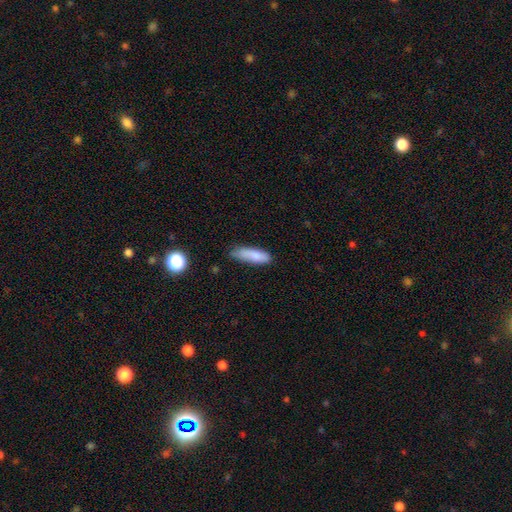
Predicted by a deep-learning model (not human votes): The model was most divided on "how rounded": cigar-shaped: 53%, in between: 46%, round: 2%. More confident: smooth or featured — smooth (83%); merging — none (60%).